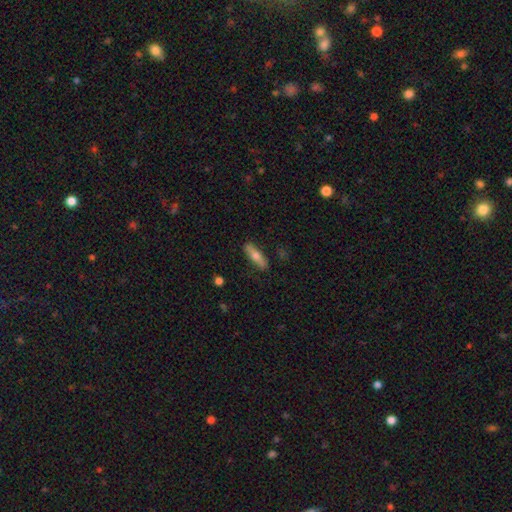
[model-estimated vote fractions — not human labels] smooth-or-featured: smooth: 58% | featured or disk: 36% | star or artifact: 6%
  how-rounded: cigar-shaped: 67% | in between: 31% | round: 3%
  merging: none: 85% | minor disturbance: 11% | major disturbance: 2% | merger: 1%